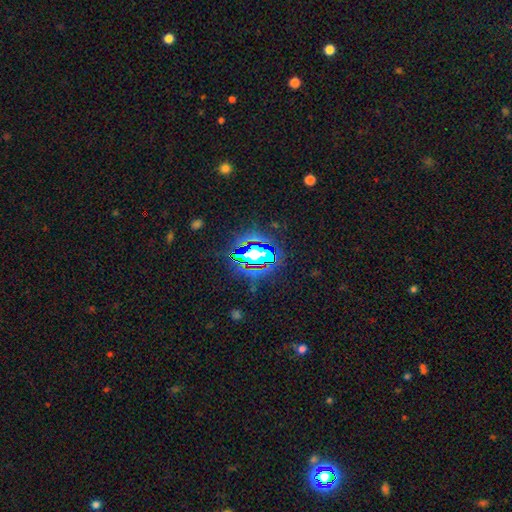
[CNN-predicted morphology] A star or artifact, not a galaxy (76%).

Vote fractions:
- Smooth or featured? star or artifact: 76% / smooth: 15% / featured or disk: 10%